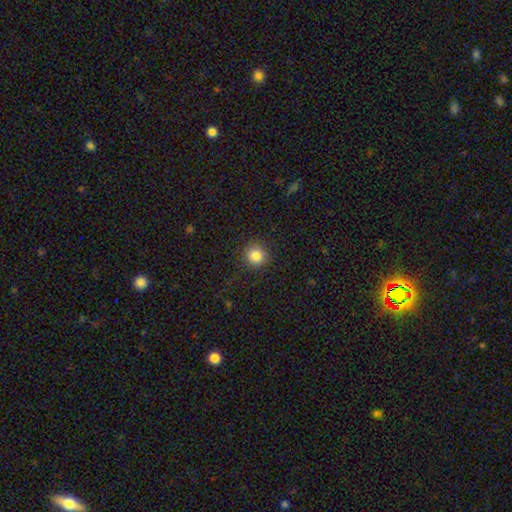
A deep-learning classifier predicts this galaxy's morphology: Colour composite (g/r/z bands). It shows a smooth galaxy with no disk features (85%) that is round (92%). Merging: none (88%).